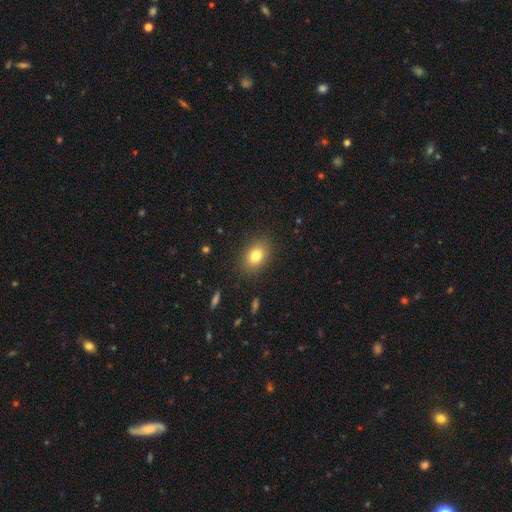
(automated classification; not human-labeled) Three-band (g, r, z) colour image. It shows a smooth galaxy with no disk features (80%) that is in between round and cigar-shaped (69%). Merging: none (87%).